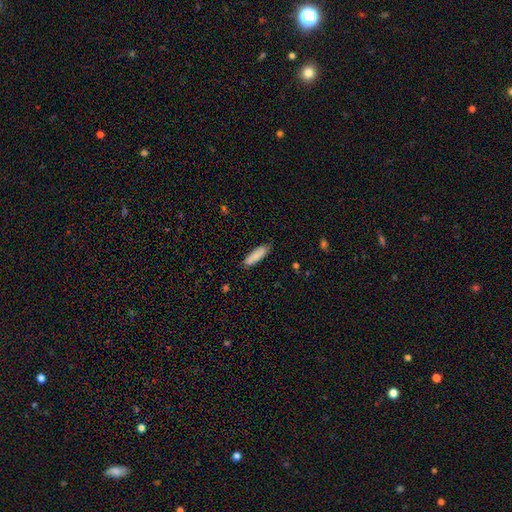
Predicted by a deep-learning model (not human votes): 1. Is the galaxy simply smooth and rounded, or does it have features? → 87% smooth, 7% featured or disk, 6% star or artifact.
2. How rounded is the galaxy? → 58% cigar-shaped, 40% in between, 1% round.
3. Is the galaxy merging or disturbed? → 82% none, 14% minor disturbance, 2% major disturbance, 1% merger.